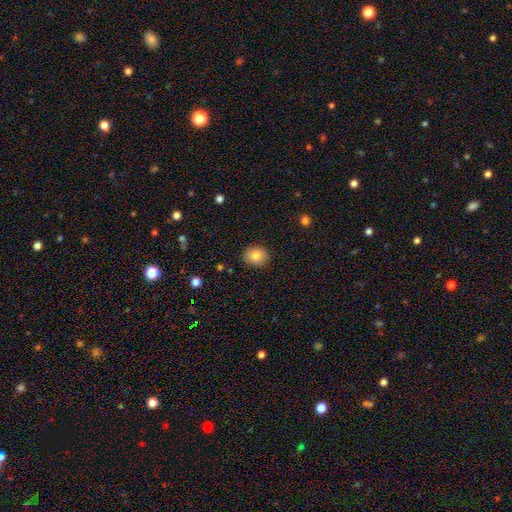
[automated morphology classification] Smooth or featured?
  - smooth: 83% *
  - star or artifact: 9%
  - featured or disk: 8%
How rounded?
  - round: 65% *
  - in between: 34%
  - cigar-shaped: 1%
Merging?
  - none: 87% *
  - minor disturbance: 10%
  - major disturbance: 2%
  - merger: 1%